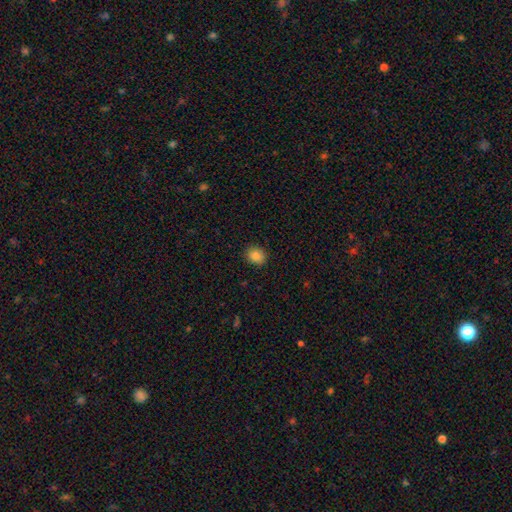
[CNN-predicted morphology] Q: Smooth or featured?
A: smooth (85%); runner-up: star or artifact (10%)
Q: How rounded?
A: round (59%); runner-up: in between (40%)
Q: Merging?
A: none (89%); runner-up: minor disturbance (7%)